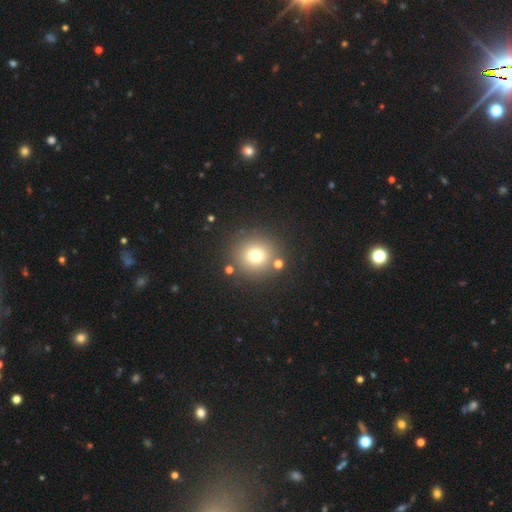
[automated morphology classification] Smooth or featured? smooth (72%)
How rounded? round (93%)
Merging? none (84%)